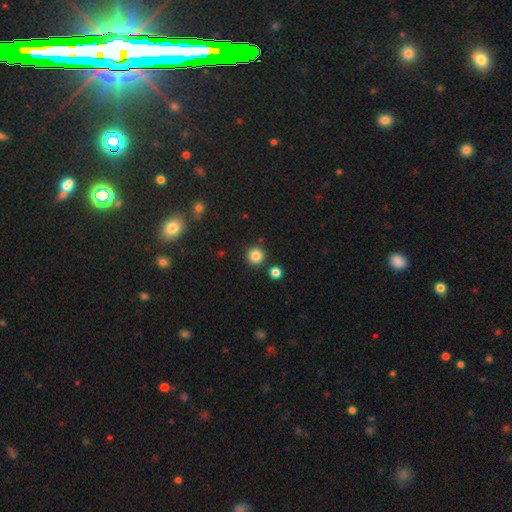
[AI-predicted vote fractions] Overall: smooth (84%). How rounded: round (94%). Merging: none (86%).